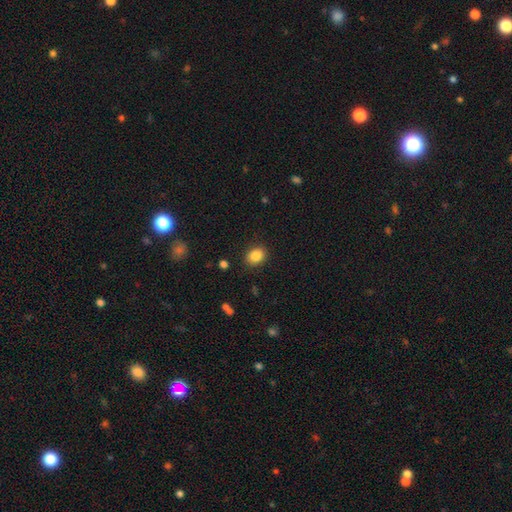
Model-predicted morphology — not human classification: smooth-or-featured: smooth: 86% | star or artifact: 9% | featured or disk: 5%
  how-rounded: in between: 63% | round: 36% | cigar-shaped: 1%
  merging: none: 87% | minor disturbance: 9% | major disturbance: 2% | merger: 1%